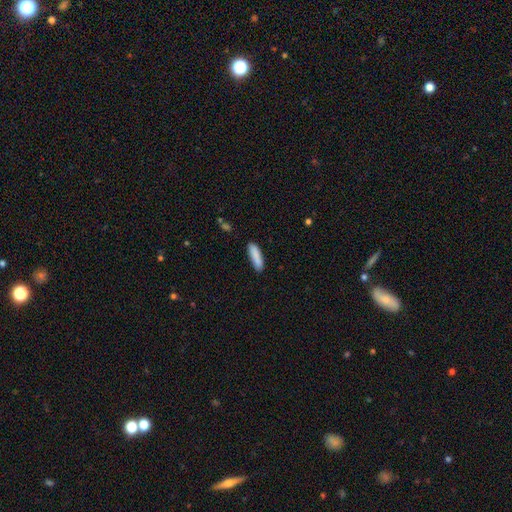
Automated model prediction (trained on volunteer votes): Smooth or featured? smooth (88%)
How rounded? cigar-shaped (66%)
Merging? none (86%)